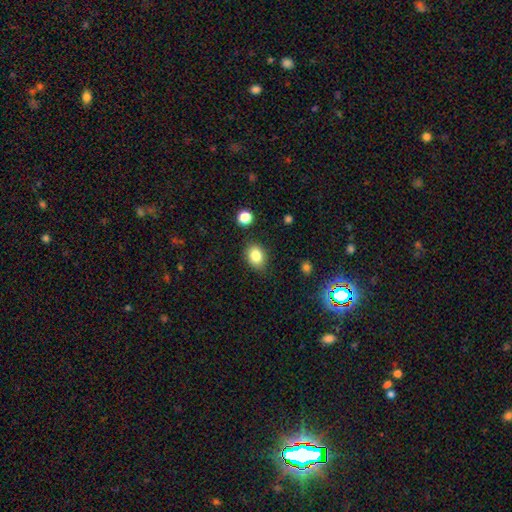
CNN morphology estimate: A smooth galaxy with no disk features (83%) that is in between round and cigar-shaped (60%). Merging: none (85%).